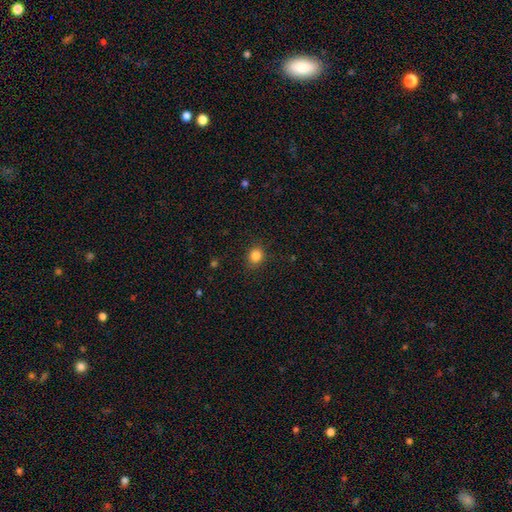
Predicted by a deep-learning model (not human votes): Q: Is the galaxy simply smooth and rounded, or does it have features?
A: smooth — 84%.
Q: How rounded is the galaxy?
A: round — 72%.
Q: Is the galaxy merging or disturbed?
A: none — 87%.